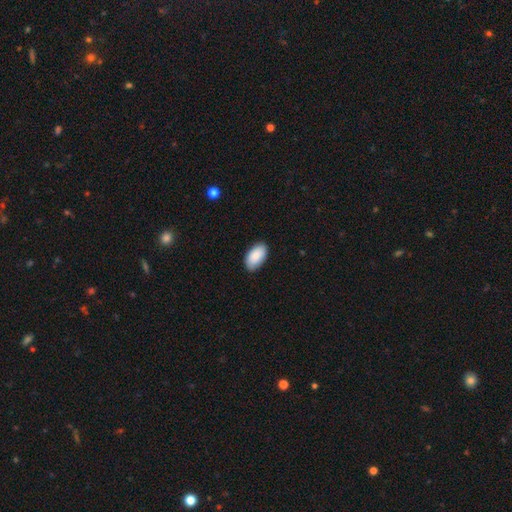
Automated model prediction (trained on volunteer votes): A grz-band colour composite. It shows a smooth galaxy with no disk features (89%) that is in between round and cigar-shaped (96%). Merging: none (87%).